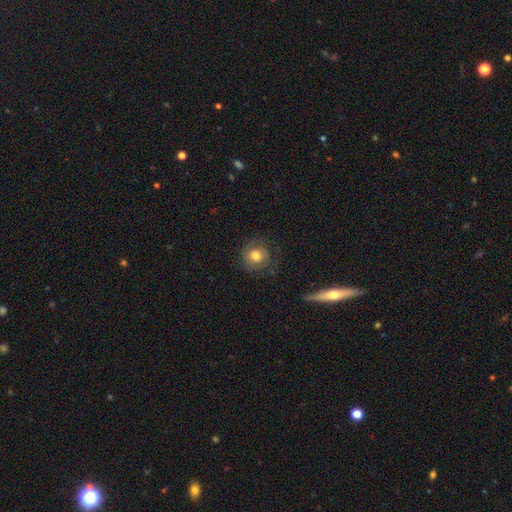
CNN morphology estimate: Q: Smooth or featured?
A: smooth (70%); runner-up: featured or disk (21%)
Q: How rounded?
A: round (85%); runner-up: in between (14%)
Q: Merging?
A: none (73%); runner-up: minor disturbance (17%)